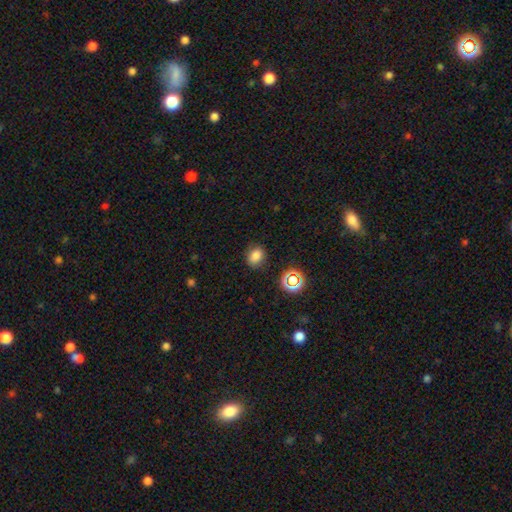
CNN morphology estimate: A smooth galaxy with no disk features (80%) that is in between round and cigar-shaped (51%).

Vote fractions:
- Smooth or featured? smooth: 80% / star or artifact: 15% / featured or disk: 5%
- How rounded? in between: 51% / round: 48% / cigar-shaped: 1%
- Merging? none: 82% / minor disturbance: 13% / major disturbance: 3% / merger: 2%